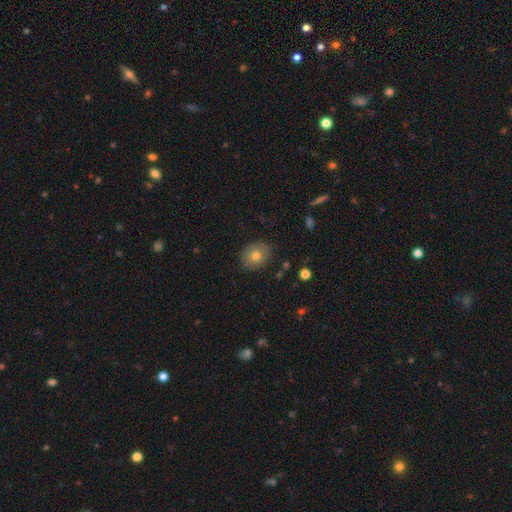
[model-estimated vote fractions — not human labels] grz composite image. It shows a smooth galaxy with no disk features (75%) that is round (59%). Merging: none (86%).